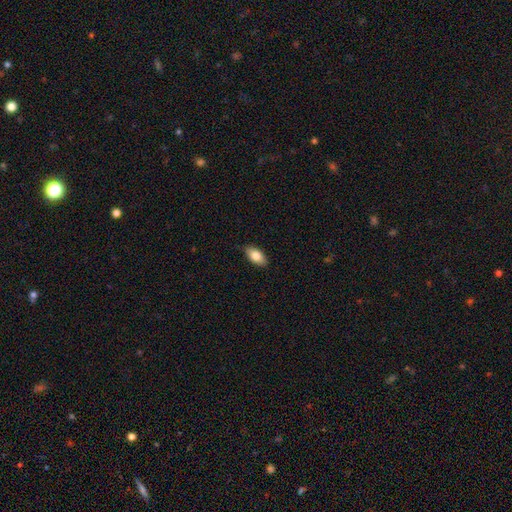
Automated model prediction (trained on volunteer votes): This appears to be a smooth galaxy with no disk features (83%) that is in between round and cigar-shaped (92%). Merging: none (86%).